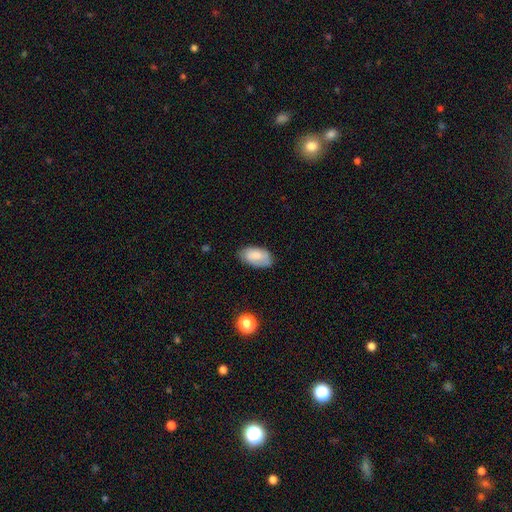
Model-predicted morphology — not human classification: Smooth or featured?
  - smooth: 77% *
  - featured or disk: 16%
  - star or artifact: 7%
How rounded?
  - in between: 94% *
  - round: 4%
  - cigar-shaped: 2%
Merging?
  - none: 73% *
  - minor disturbance: 21%
  - major disturbance: 5%
  - merger: 1%